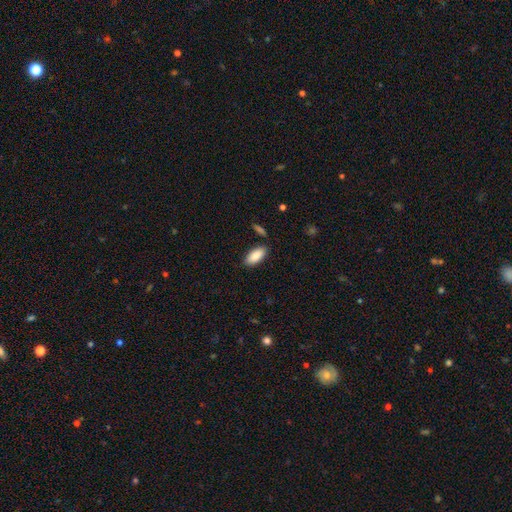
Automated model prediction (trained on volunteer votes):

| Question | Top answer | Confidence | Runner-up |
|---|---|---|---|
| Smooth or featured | smooth | 89% | star or artifact (6%) |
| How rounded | in between | 89% | cigar-shaped (9%) |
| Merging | none | 85% | minor disturbance (10%) |